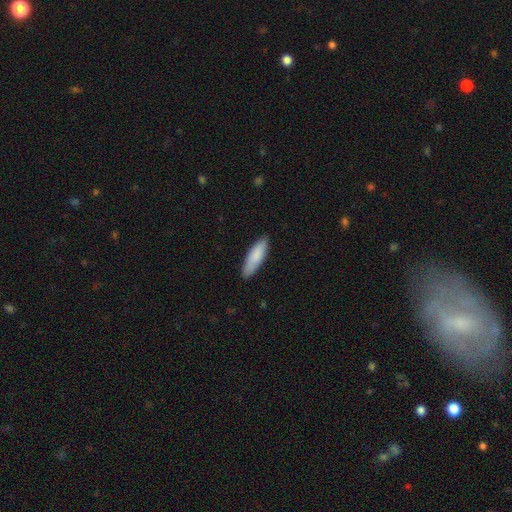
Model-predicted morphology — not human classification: A smooth galaxy with no disk features (85%) that is cigar-shaped (52%).

Vote fractions:
- Smooth or featured? smooth: 85% / featured or disk: 9% / star or artifact: 5%
- How rounded? cigar-shaped: 52% / in between: 46% / round: 1%
- Merging? none: 86% / minor disturbance: 11% / major disturbance: 2% / merger: 1%